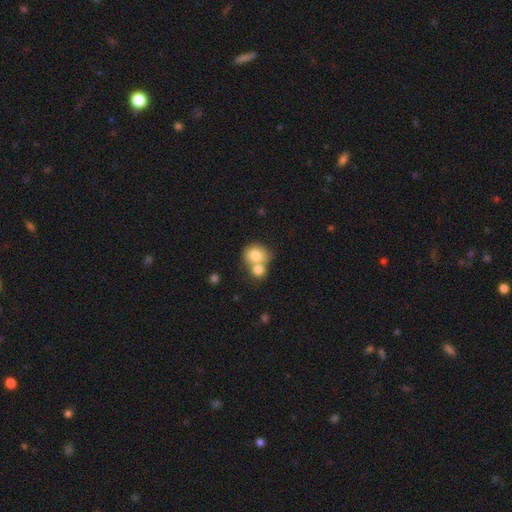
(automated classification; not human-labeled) smooth_or_featured: smooth (p=0.79) [alt: featured or disk p=0.13]
how_rounded: round (p=0.72) [alt: in between p=0.28]
merging: merger (p=0.57) [alt: none p=0.32]